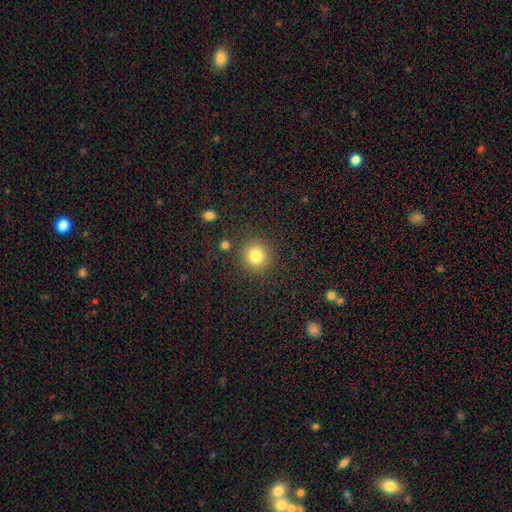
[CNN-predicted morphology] smooth 83%, star or artifact 11%, featured or disk 6%. Down the decision tree: how rounded — round (91%); merging — none (86%).